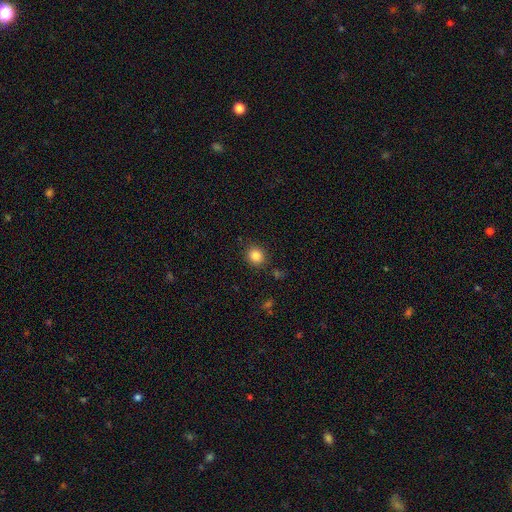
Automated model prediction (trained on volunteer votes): This appears to be a smooth galaxy with no disk features (84%) that is round (79%). Merging: none (88%).